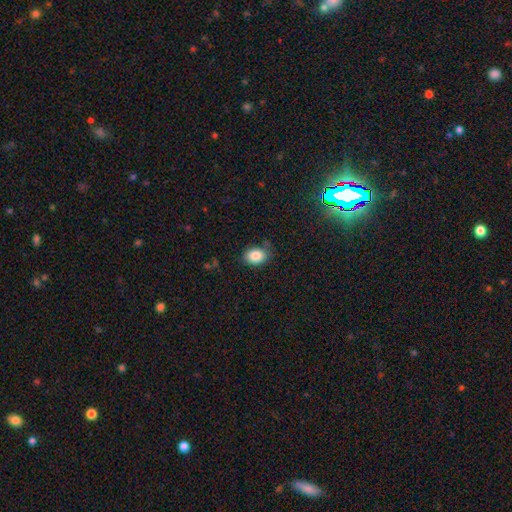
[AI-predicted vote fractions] Smooth or featured? Predicted: smooth (p=0.85). How rounded? Predicted: in between (p=0.75). Merging? Predicted: none (p=0.77).